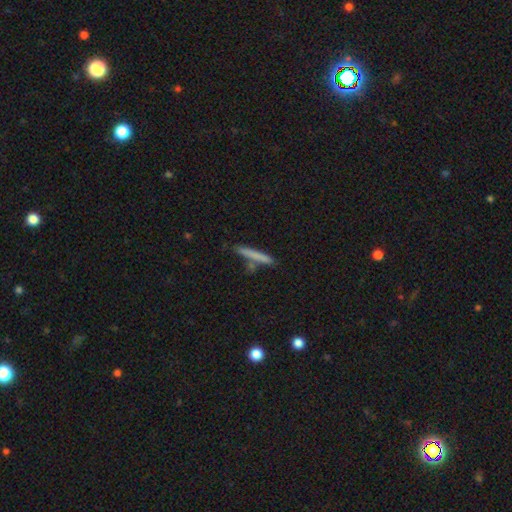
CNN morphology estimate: Smooth or featured?
  - smooth: 73% *
  - featured or disk: 20%
  - star or artifact: 7%
How rounded?
  - cigar-shaped: 95% *
  - in between: 4%
  - round: 2%
Merging?
  - none: 77% *
  - minor disturbance: 12%
  - merger: 8%
  - major disturbance: 3%